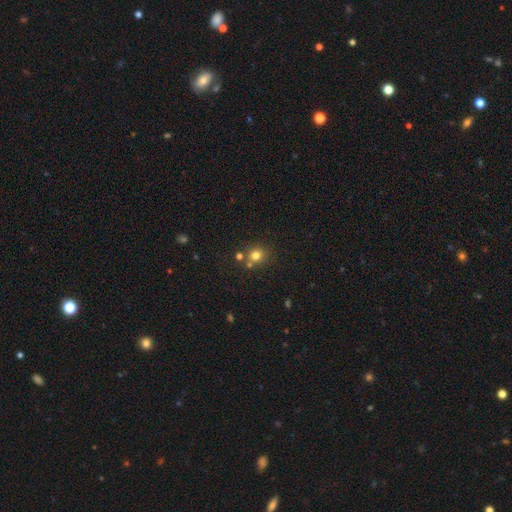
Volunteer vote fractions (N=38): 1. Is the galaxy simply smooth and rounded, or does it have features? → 87% smooth, 8% star or artifact, 5% featured or disk.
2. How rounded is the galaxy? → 97% round, 3% in between, 0% cigar-shaped.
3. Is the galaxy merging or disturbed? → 83% none, 11% merger, 3% minor disturbance, 3% major disturbance.